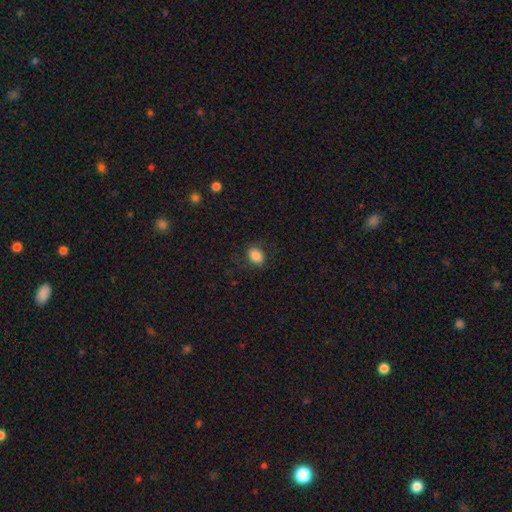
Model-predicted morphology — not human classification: Smooth or featured? smooth (84%)
How rounded? in between (67%)
Merging? none (79%)